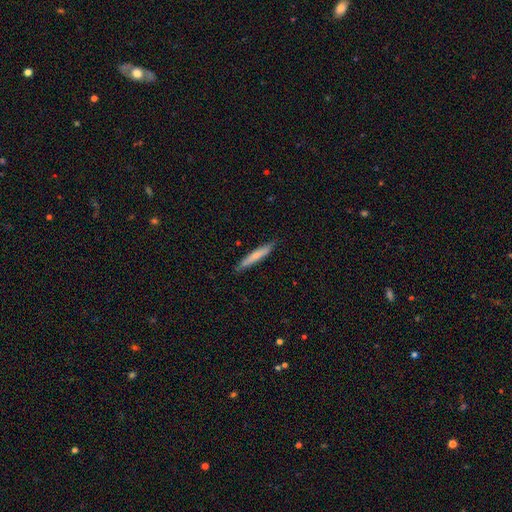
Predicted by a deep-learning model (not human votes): smooth 67%, featured or disk 28%, star or artifact 6%. Down the decision tree: how rounded — cigar-shaped (94%); merging — none (87%).